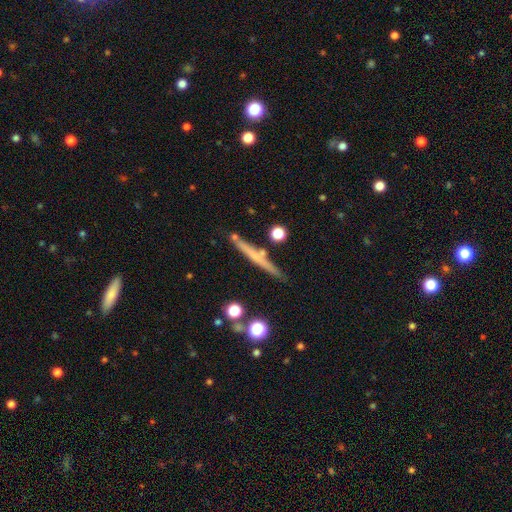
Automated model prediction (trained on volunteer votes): smooth 47%, featured or disk 46%, star or artifact 8%. Down the decision tree: merging — none (79%).